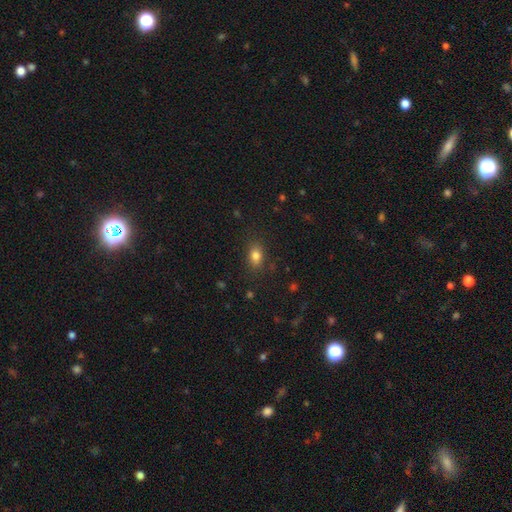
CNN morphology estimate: This is clearly a smooth galaxy (81%). How rounded: likely in between (77%). Merging: clearly none (84%).